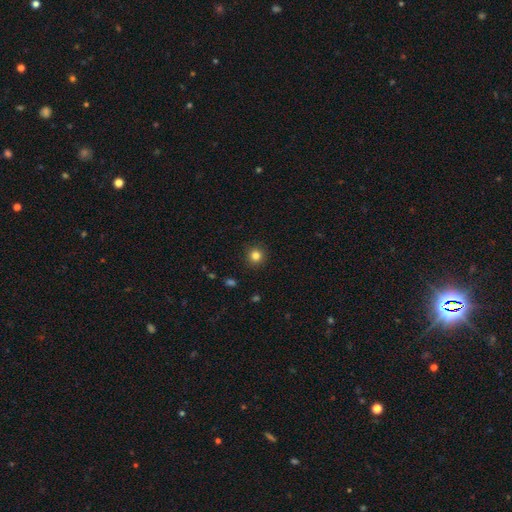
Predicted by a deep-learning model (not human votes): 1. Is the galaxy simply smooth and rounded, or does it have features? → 83% smooth, 12% star or artifact, 5% featured or disk.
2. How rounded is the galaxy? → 93% round, 6% in between, 1% cigar-shaped.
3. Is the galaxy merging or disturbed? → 91% none, 6% minor disturbance, 2% major disturbance, 1% merger.